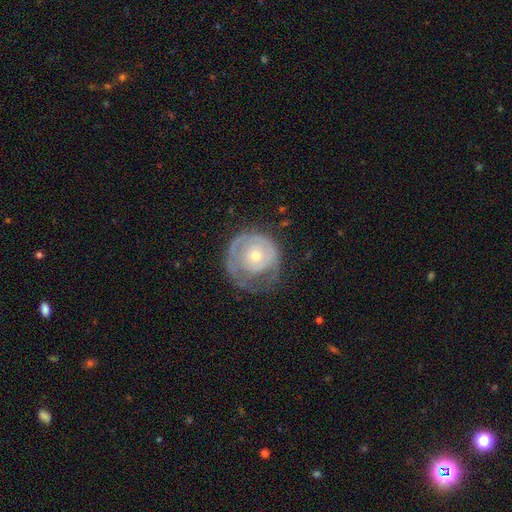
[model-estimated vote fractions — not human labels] Q: Smooth or featured?
A: featured or disk (63%); runner-up: smooth (31%)
Q: Edge-on disk?
A: no (96%); runner-up: yes (4%)
Q: Bar?
A: no (86%); runner-up: weak (12%)
Q: Spiral arms?
A: yes (58%); runner-up: no (42%)
Q: Bulge size?
A: small (49%); runner-up: moderate (47%)
Q: Merging?
A: none (49%); runner-up: minor disturbance (25%)